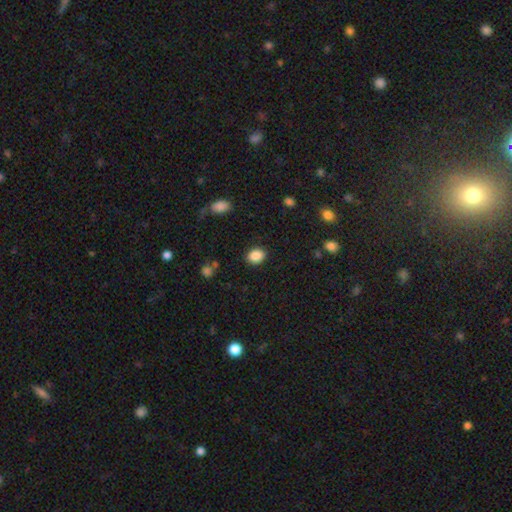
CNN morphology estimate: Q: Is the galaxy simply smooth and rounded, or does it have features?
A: smooth — 88%.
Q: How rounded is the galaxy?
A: in between — 57%.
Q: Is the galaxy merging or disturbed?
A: none — 88%.